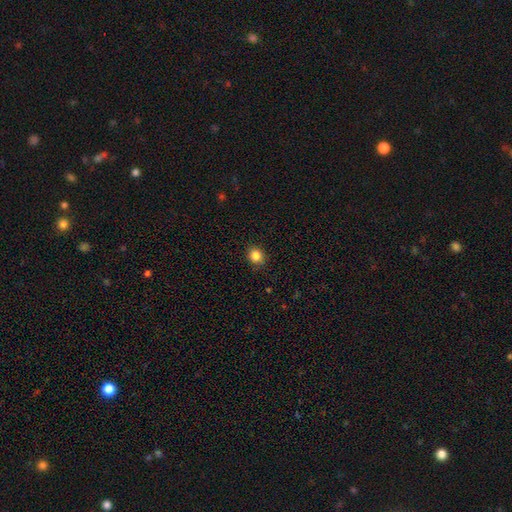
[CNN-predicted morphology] Smooth or featured: smooth — 85% (star or artifact — 11%)
How rounded: round — 78% (in between — 21%)
Merging: none — 90% (minor disturbance — 7%)